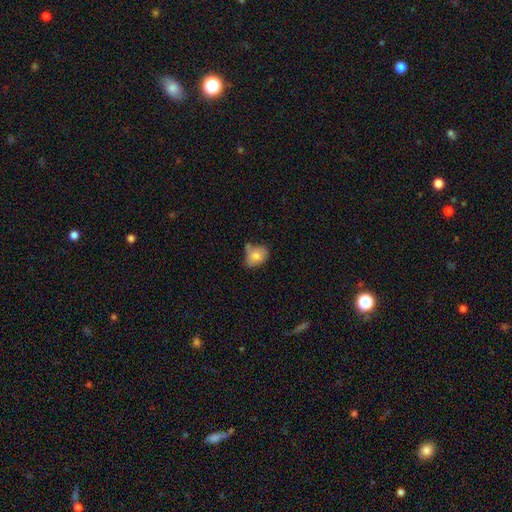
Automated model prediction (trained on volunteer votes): This appears to be a smooth galaxy with no disk features (78%) that is in between round and cigar-shaped (65%). Merging: none (48%).